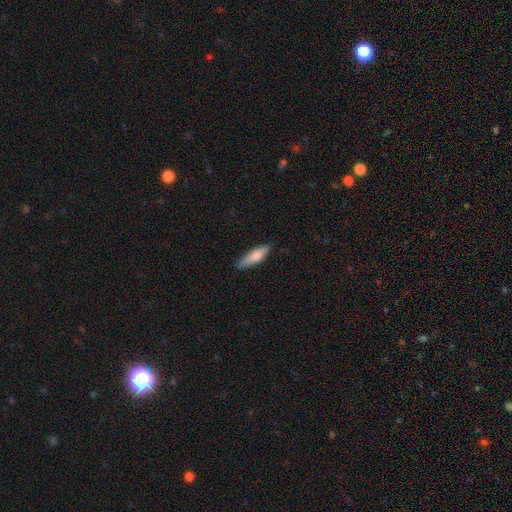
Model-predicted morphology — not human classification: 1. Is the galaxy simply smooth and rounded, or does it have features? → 76% smooth, 18% featured or disk, 6% star or artifact.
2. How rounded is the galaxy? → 62% cigar-shaped, 36% in between, 2% round.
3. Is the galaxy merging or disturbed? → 79% none, 17% minor disturbance, 3% major disturbance, 1% merger.